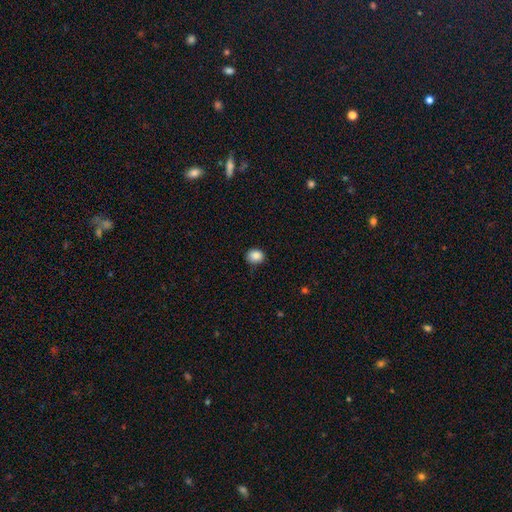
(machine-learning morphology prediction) A smooth galaxy with no disk features (87%) that is round (72%).

Vote fractions:
- Smooth or featured? smooth: 87% / star or artifact: 9% / featured or disk: 4%
- How rounded? round: 72% / in between: 27% / cigar-shaped: 1%
- Merging? none: 85% / minor disturbance: 12% / major disturbance: 2% / merger: 1%